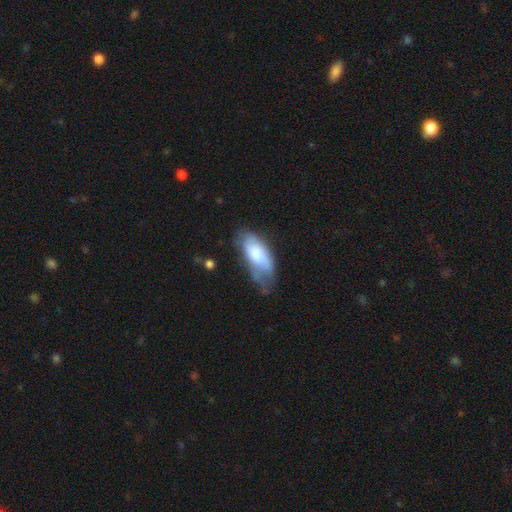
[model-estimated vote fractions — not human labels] Smooth or featured? Predicted: smooth (p=0.67). How rounded? Predicted: in between (p=0.86). Merging? Predicted: minor disturbance (p=0.38).